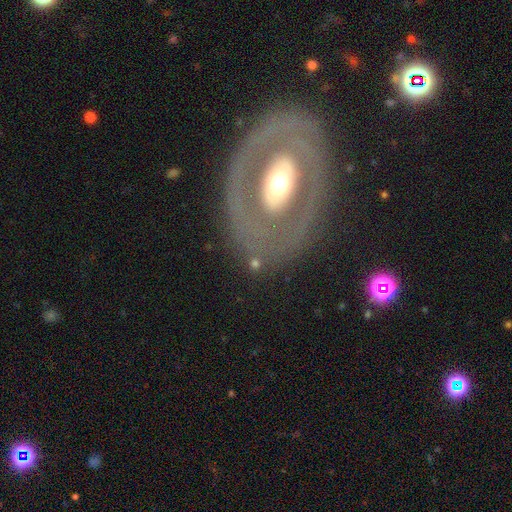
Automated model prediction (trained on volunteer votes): A featured or disk galaxy (68%) with no bar (66%), no spiral arms (74%) and a moderate central bulge (66%).

Vote fractions:
- Smooth or featured? featured or disk: 68% / smooth: 25% / star or artifact: 7%
- Edge-on disk? no: 92% / yes: 8%
- Bar? no: 66% / weak: 19% / strong: 14%
- Spiral arms? no: 74% / yes: 26%
- Bulge size? moderate: 66% / large: 19% / small: 12% / dominant: 3% / none: 1%
- Merging? none: 79% / minor disturbance: 12% / major disturbance: 8% / merger: 2%